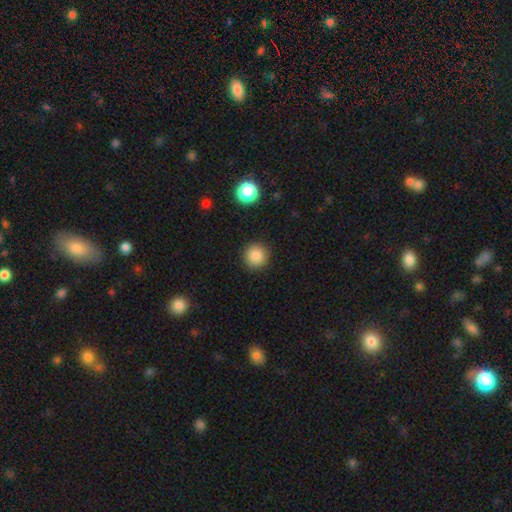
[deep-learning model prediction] Smooth or featured: smooth — 86% (star or artifact — 10%)
How rounded: round — 95% (in between — 4%)
Merging: none — 91% (minor disturbance — 6%)